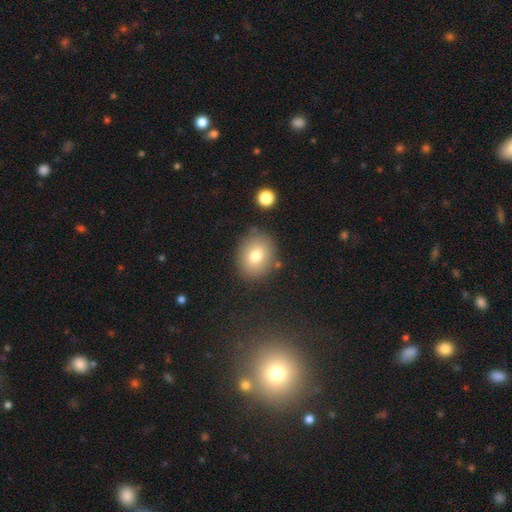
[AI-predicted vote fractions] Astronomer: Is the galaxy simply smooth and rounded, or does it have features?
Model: smooth — 76%.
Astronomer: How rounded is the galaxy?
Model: round — 52% (runner-up: in between, 47%).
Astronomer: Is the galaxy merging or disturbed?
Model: none — 80%.